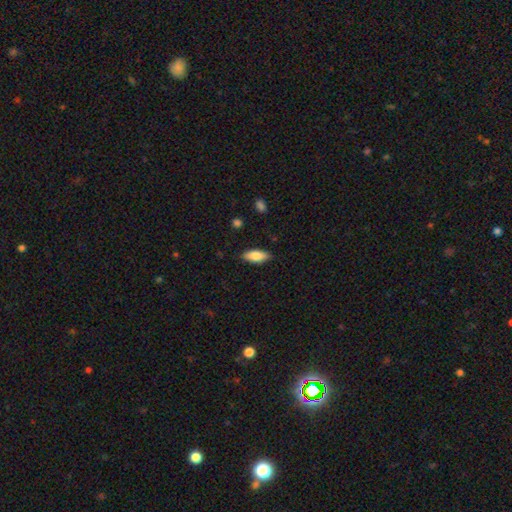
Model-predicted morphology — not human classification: smooth_or_featured: smooth (p=0.79) [alt: featured or disk p=0.15]
how_rounded: in between (p=0.80) [alt: cigar-shaped p=0.18]
merging: none (p=0.86) [alt: minor disturbance p=0.11]